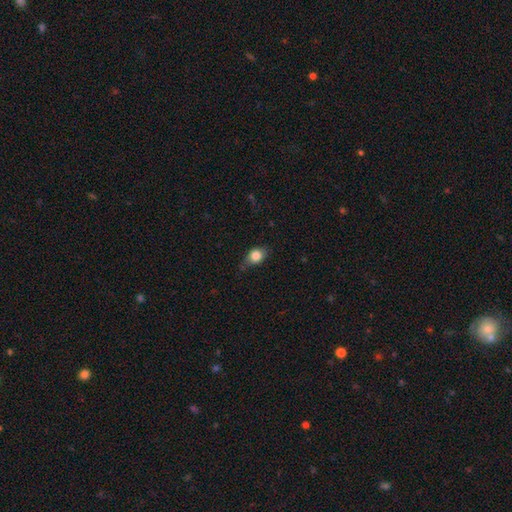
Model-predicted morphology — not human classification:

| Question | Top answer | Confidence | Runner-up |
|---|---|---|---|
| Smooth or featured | smooth | 81% | featured or disk (10%) |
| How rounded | in between | 58% | round (40%) |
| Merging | none | 58% | minor disturbance (33%) |